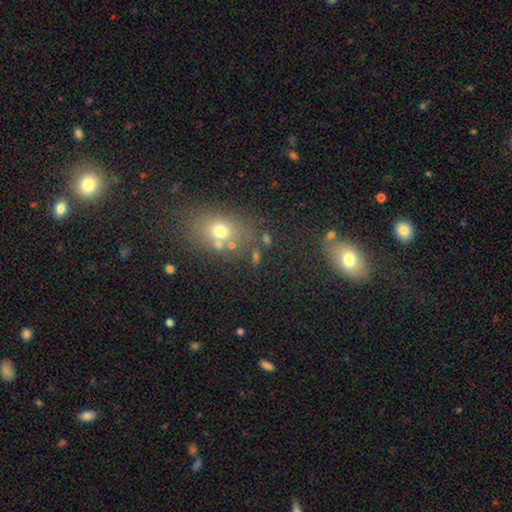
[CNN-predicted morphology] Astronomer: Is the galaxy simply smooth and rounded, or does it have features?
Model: smooth — 60%.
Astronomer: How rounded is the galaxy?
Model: in between — 53% (runner-up: round, 44%).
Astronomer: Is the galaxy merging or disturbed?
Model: none — 65%.